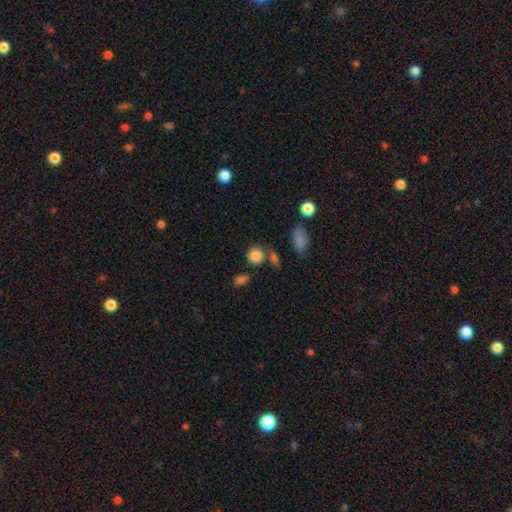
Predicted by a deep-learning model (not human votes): This appears to be a smooth galaxy with no disk features (84%) that is round (82%). Merging: none (69%).